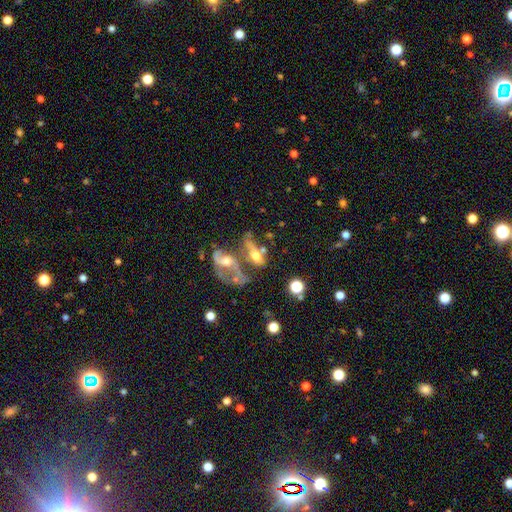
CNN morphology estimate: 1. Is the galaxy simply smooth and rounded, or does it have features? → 49% featured or disk, 38% smooth, 12% star or artifact.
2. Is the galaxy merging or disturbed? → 58% merger, 17% none, 16% major disturbance, 10% minor disturbance.